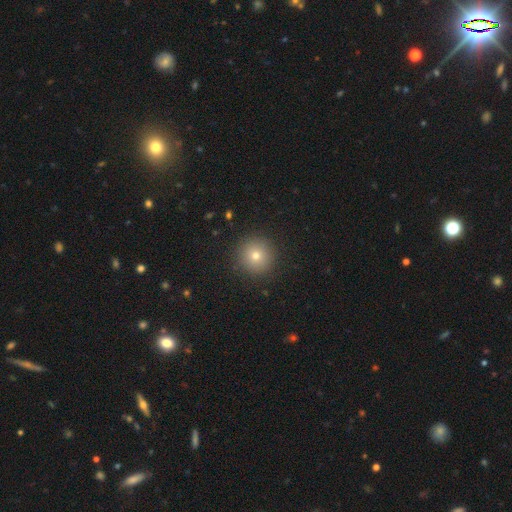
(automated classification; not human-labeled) Smooth or featured? smooth (74%)
How rounded? round (95%)
Merging? none (92%)